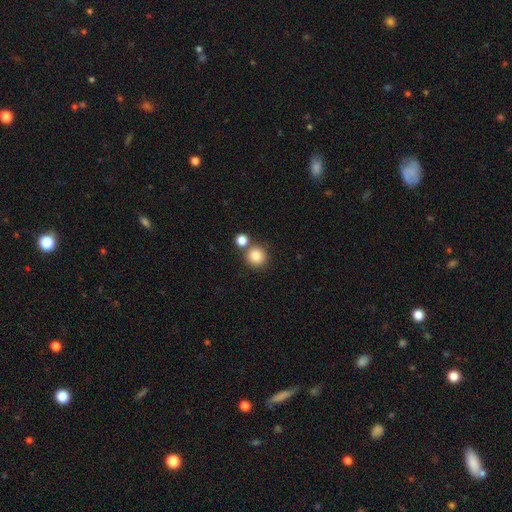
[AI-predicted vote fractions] The model was most divided on "merging": none: 71%, merger: 19%, minor disturbance: 8%, major disturbance: 3%. More confident: how rounded — round (91%); smooth or featured — smooth (84%).